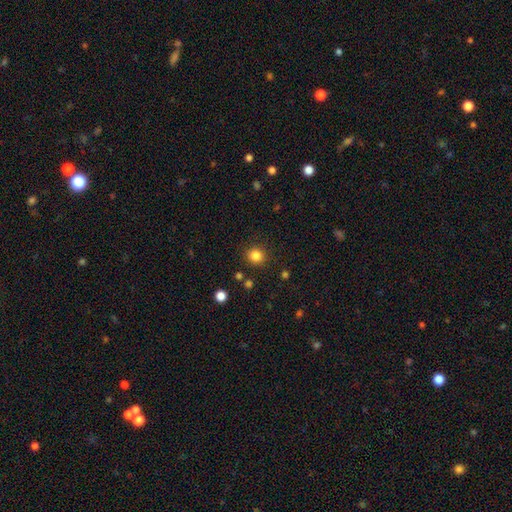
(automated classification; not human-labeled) Smooth or featured?
  - smooth: 83% *
  - star or artifact: 13%
  - featured or disk: 4%
How rounded?
  - round: 88% *
  - in between: 11%
  - cigar-shaped: 1%
Merging?
  - none: 89% *
  - minor disturbance: 6%
  - major disturbance: 2%
  - merger: 2%